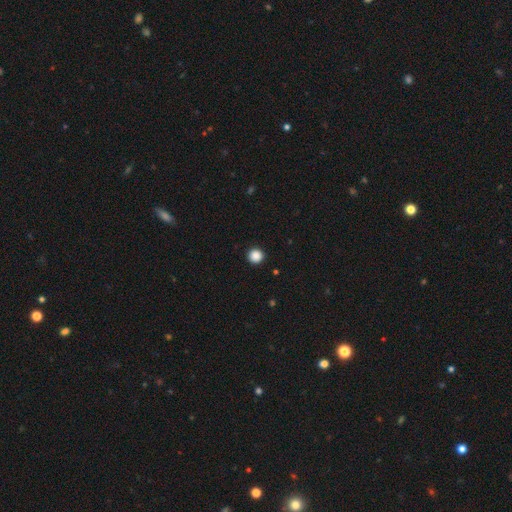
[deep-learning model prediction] Morphology: type=smooth (88%); roundness=round (96%); merging=none (94%).